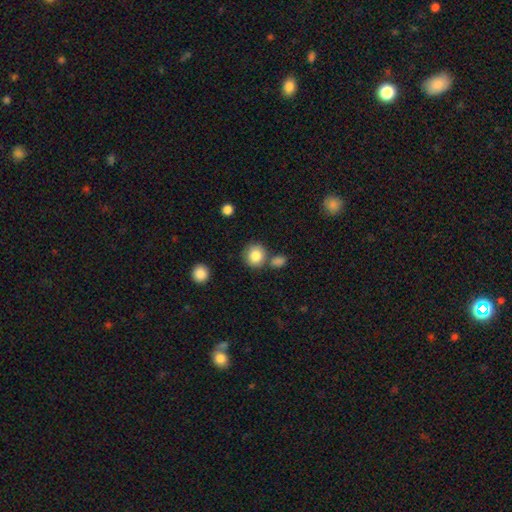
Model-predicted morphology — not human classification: Overall: smooth (85%). How rounded: round (86%). Merging: none (70%).